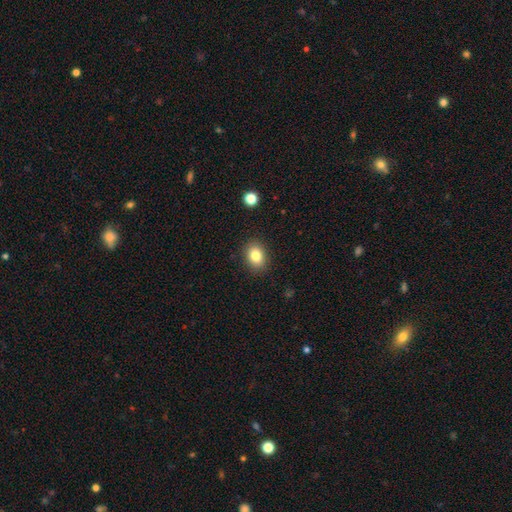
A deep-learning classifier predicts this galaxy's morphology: Smooth or featured?
  - smooth: 83% *
  - star or artifact: 10%
  - featured or disk: 7%
How rounded?
  - in between: 63% *
  - round: 36%
  - cigar-shaped: 1%
Merging?
  - none: 88% *
  - minor disturbance: 8%
  - major disturbance: 2%
  - merger: 1%